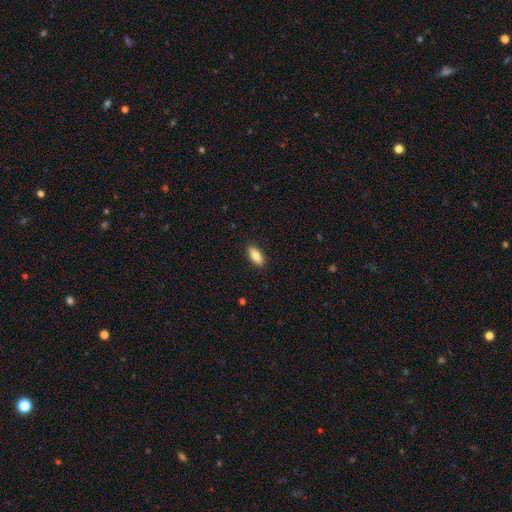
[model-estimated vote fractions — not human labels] Smooth or featured? smooth (84%)
How rounded? in between (81%)
Merging? none (89%)